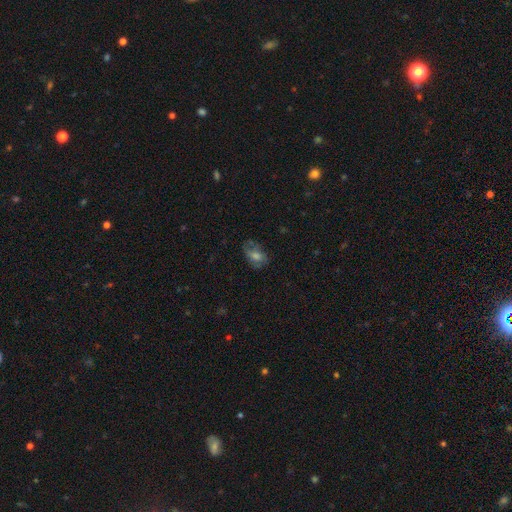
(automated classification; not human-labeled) Smooth or featured? smooth (56%)
How rounded? in between (81%)
Merging? none (61%)